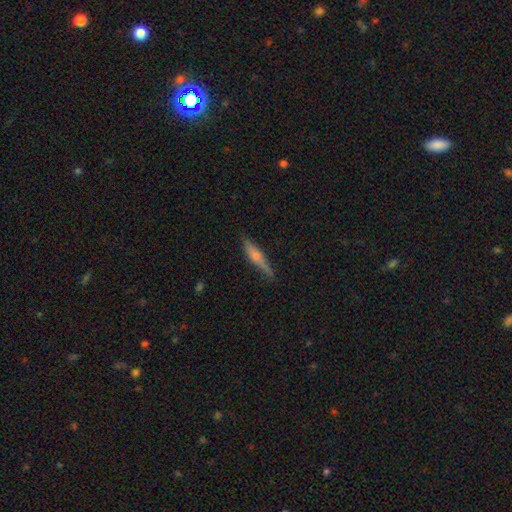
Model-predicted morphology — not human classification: A smooth galaxy with no disk features (52%) that is cigar-shaped (84%). Merging: none (77%).